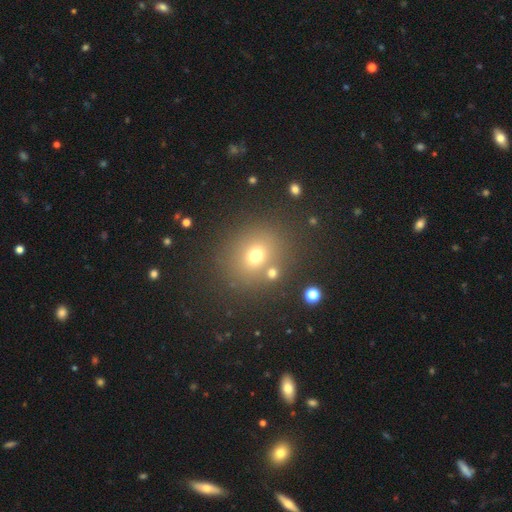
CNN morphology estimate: smooth-or-featured: smooth: 68% | star or artifact: 21% | featured or disk: 11%
  how-rounded: round: 77% | in between: 22% | cigar-shaped: 1%
  merging: none: 78% | minor disturbance: 9% | merger: 8% | major disturbance: 4%